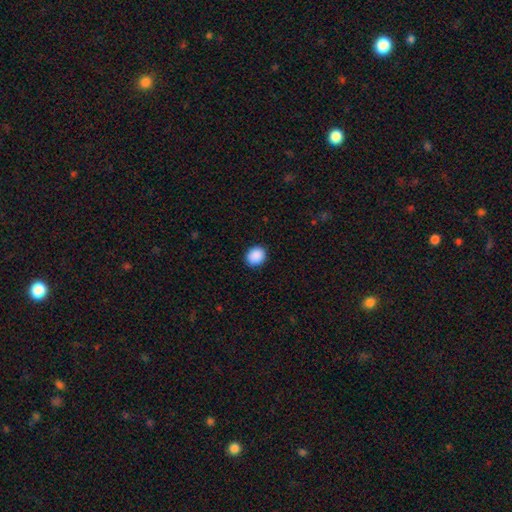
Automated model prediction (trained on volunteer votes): This appears to be a smooth galaxy with no disk features (90%) that is round (67%). Merging: none (90%).